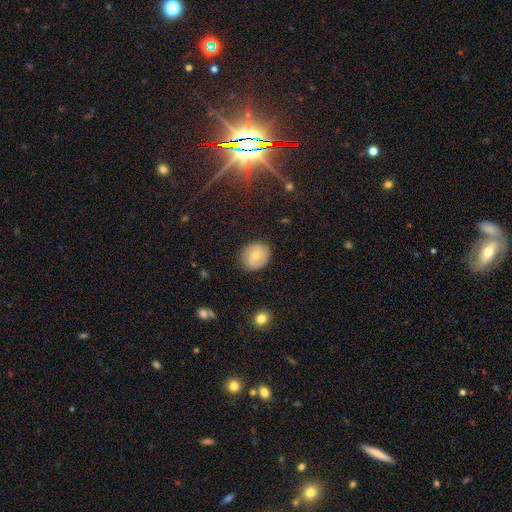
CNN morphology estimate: This appears to be a smooth galaxy with no disk features (63%) that is round (69%). Merging: none (77%).